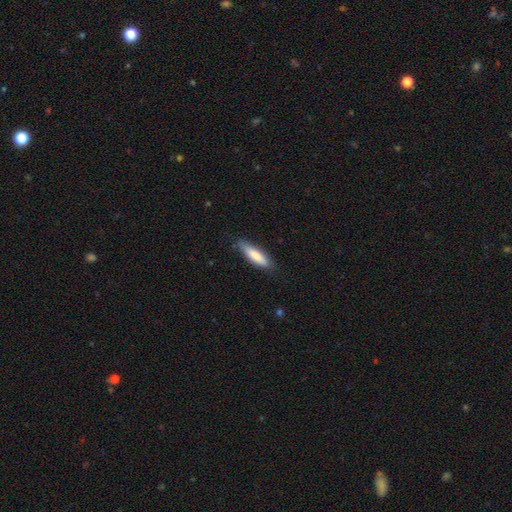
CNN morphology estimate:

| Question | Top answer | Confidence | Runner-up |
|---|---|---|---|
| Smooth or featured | smooth | 81% | featured or disk (13%) |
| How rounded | cigar-shaped | 64% | in between (35%) |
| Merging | none | 79% | minor disturbance (17%) |